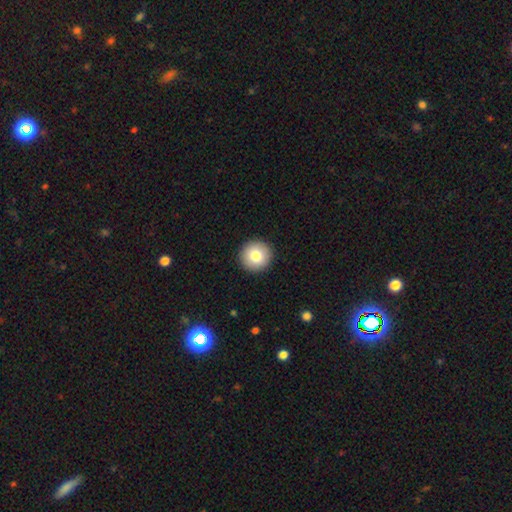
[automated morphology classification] type=smooth (81%); roundness=round (95%); merging=none (93%).